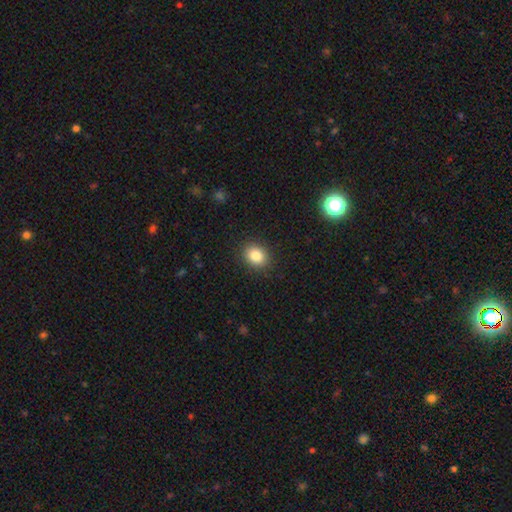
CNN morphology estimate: A smooth galaxy with no disk features (85%) that is round (50%, tied with in between). Merging: none (89%).